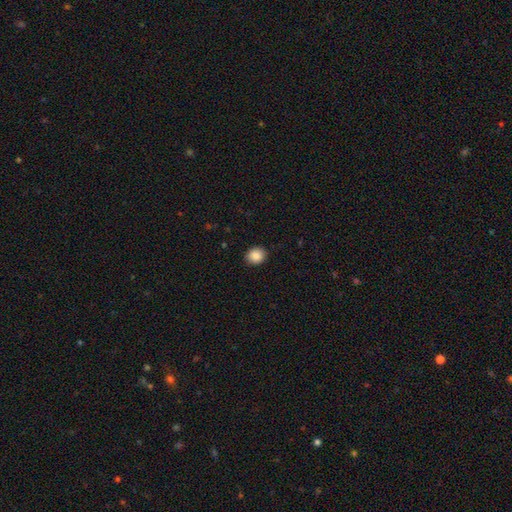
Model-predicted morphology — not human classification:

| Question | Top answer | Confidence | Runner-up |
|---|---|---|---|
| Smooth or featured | smooth | 89% | star or artifact (8%) |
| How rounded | round | 67% | in between (32%) |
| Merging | none | 90% | minor disturbance (7%) |